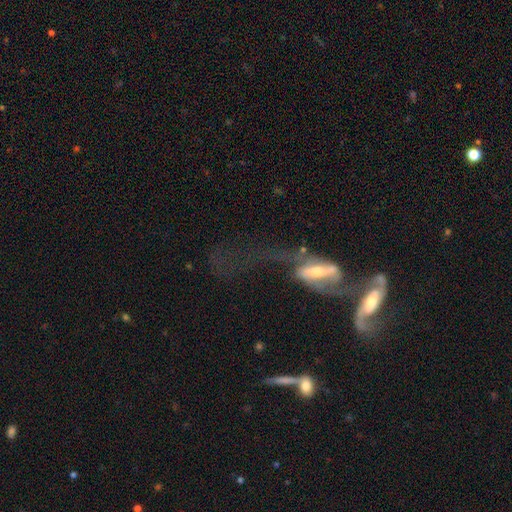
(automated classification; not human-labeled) smooth_or_featured: featured or disk (p=0.63) [alt: smooth p=0.24]
disk_edge_on: no (p=0.75) [alt: yes p=0.25]
merging: merger (p=0.47) [alt: major disturbance p=0.28]